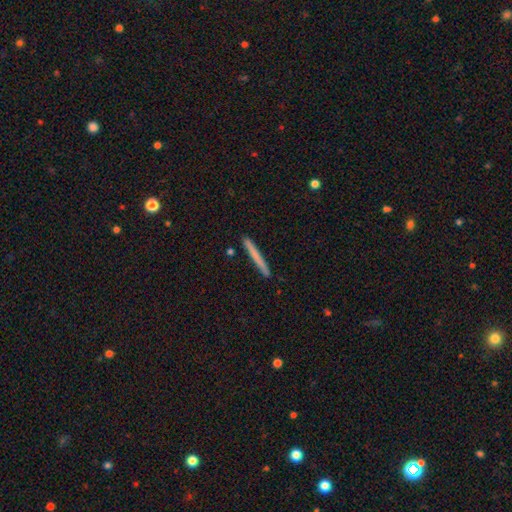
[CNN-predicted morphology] Smooth or featured? Predicted: smooth (p=0.68). How rounded? Predicted: cigar-shaped (p=0.97). Merging? Predicted: none (p=0.91).